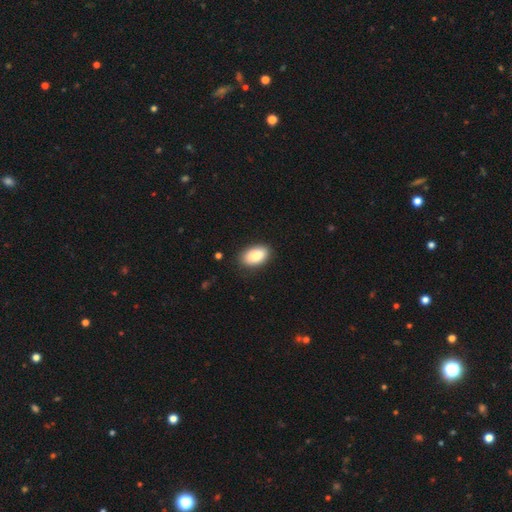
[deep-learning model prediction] This is clearly a smooth galaxy (85%). How rounded: clearly in between (92%). Merging: clearly none (85%).